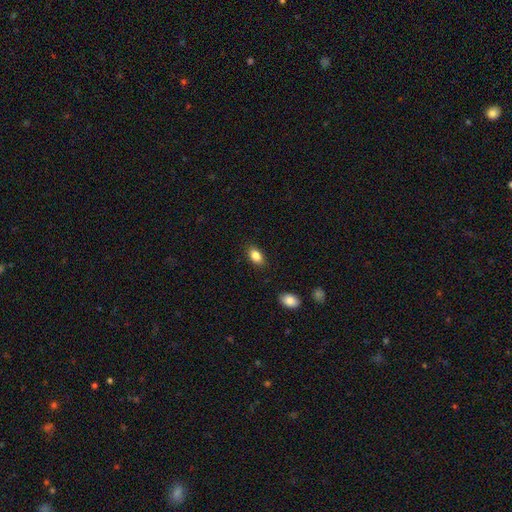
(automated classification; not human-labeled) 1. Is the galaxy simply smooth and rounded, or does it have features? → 85% smooth, 8% star or artifact, 7% featured or disk.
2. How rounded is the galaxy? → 88% in between, 10% round, 2% cigar-shaped.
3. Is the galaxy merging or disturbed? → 86% none, 10% minor disturbance, 2% major disturbance, 2% merger.